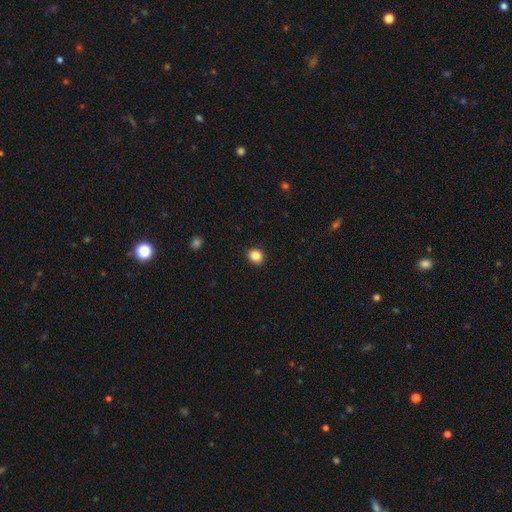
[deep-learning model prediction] The model was most divided on "how rounded": round: 82%, in between: 17%, cigar-shaped: 1%. More confident: merging — none (91%); smooth or featured — smooth (85%).